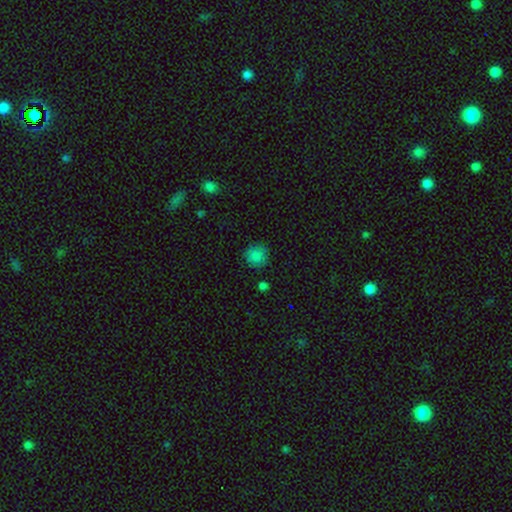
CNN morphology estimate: This appears to be a smooth galaxy with no disk features (84%) that is round (91%). Merging: none (84%).